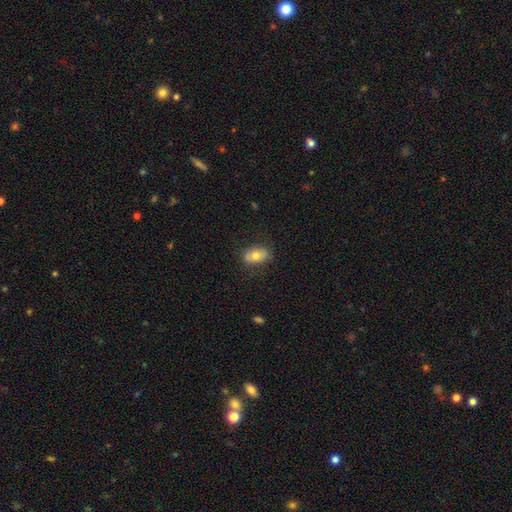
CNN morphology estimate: smooth-or-featured: smooth: 71% | featured or disk: 22% | star or artifact: 8%
  how-rounded: in between: 87% | round: 10% | cigar-shaped: 2%
  merging: none: 80% | minor disturbance: 15% | major disturbance: 4% | merger: 1%